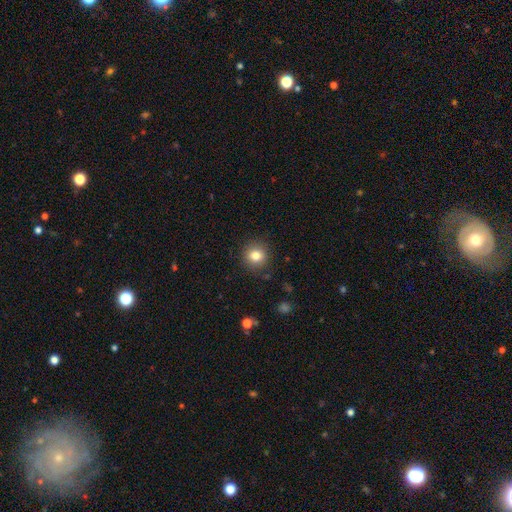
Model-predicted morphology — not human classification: Overall: smooth (82%). How rounded: round (89%). Merging: none (88%).